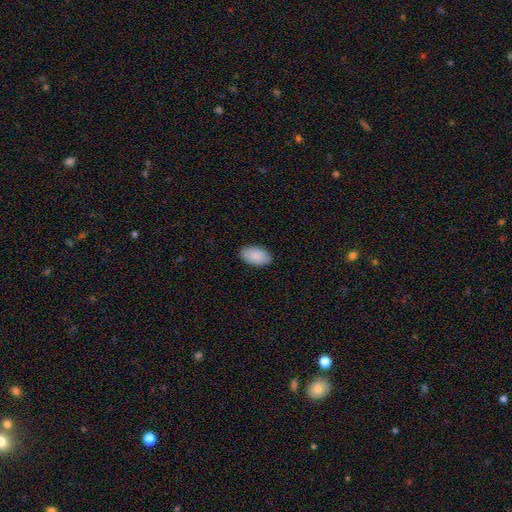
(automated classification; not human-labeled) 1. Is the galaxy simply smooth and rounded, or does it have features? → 90% smooth, 6% star or artifact, 4% featured or disk.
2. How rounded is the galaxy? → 96% in between, 3% round, 2% cigar-shaped.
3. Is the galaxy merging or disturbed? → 88% none, 9% minor disturbance, 2% major disturbance, 1% merger.